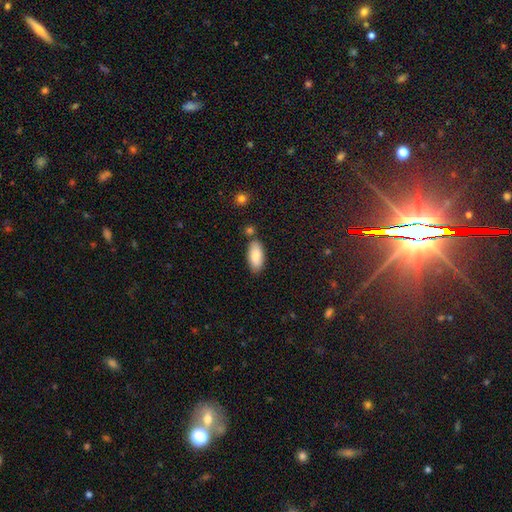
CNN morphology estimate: A smooth galaxy with no disk features (84%) that is in between round and cigar-shaped (90%). Merging: none (78%).